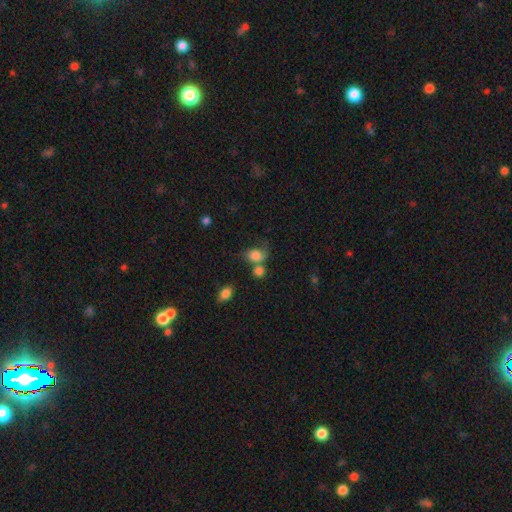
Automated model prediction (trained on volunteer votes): Smooth or featured: smooth — 78% (featured or disk — 12%)
How rounded: in between — 51% (round — 48%)
Merging: none — 36% (merger — 28%)